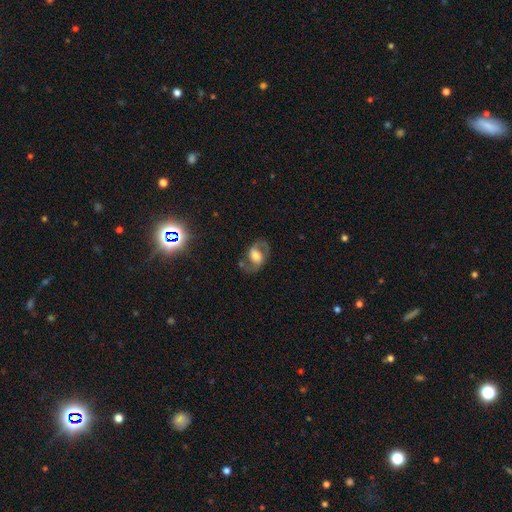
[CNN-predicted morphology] This appears to be a featured or disk galaxy (70%) with no bar (44%), 2 (87%) medium (53%) spiral arms (85%) and a moderate central bulge (44%). Merging: none (66%).